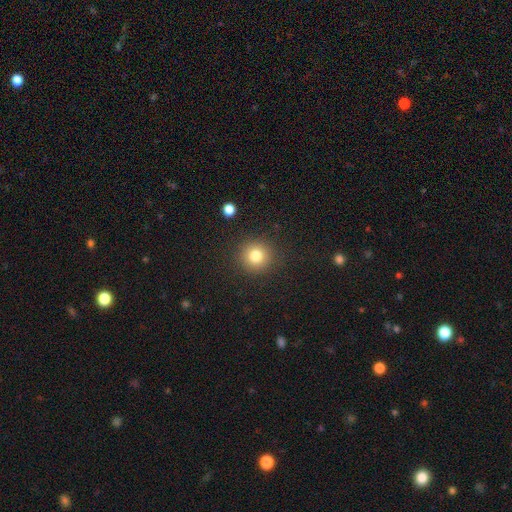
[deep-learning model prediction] Smooth or featured? Predicted: smooth (p=0.79). How rounded? Predicted: round (p=0.93). Merging? Predicted: none (p=0.90).